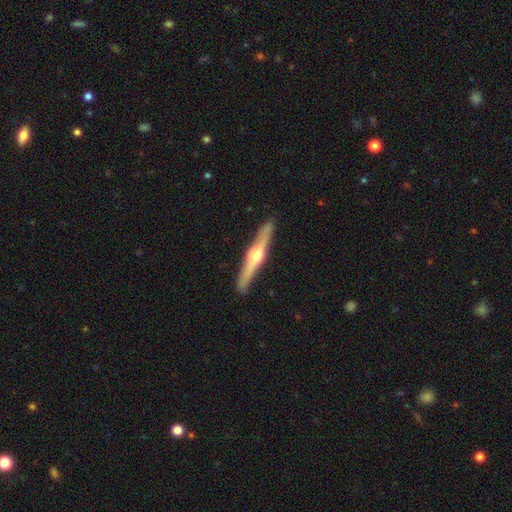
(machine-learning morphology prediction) Smooth or featured: featured or disk — 74% (smooth — 22%)
Edge-on disk: yes — 97% (no — 3%)
Edge-on bulge: rounded — 94% (none — 3%)
Merging: none — 91% (minor disturbance — 6%)